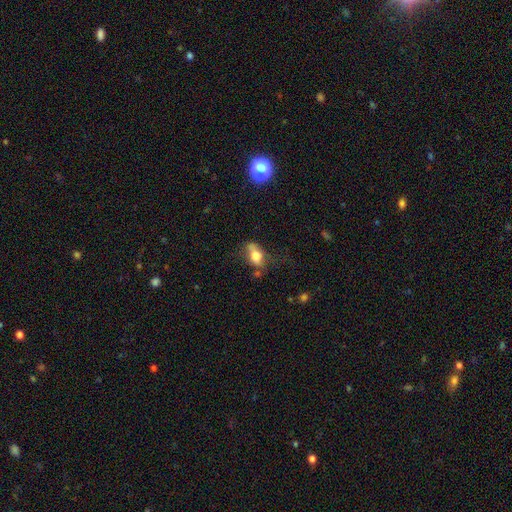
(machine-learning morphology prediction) Smooth or featured? Predicted: smooth (p=0.66). How rounded? Predicted: in between (p=0.79). Merging? Predicted: none (p=0.40).